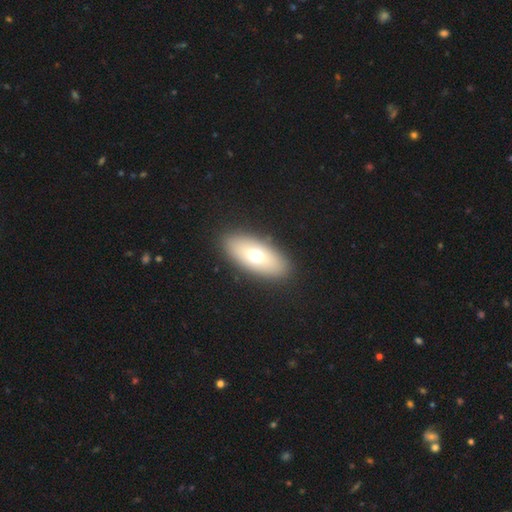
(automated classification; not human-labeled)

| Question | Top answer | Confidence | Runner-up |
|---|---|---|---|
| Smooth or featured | smooth | 64% | featured or disk (28%) |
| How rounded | in between | 82% | cigar-shaped (13%) |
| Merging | none | 89% | minor disturbance (7%) |